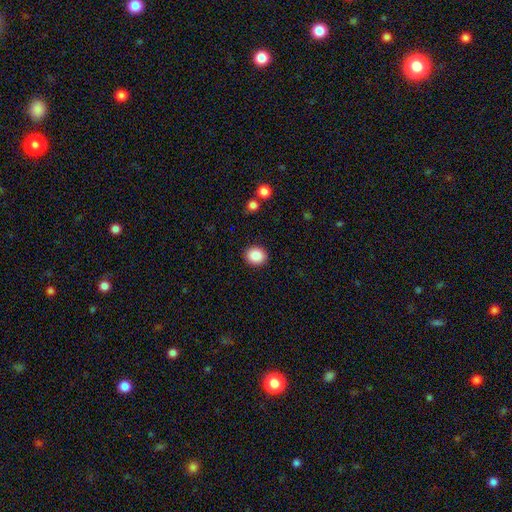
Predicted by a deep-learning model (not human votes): smooth_or_featured: smooth (p=0.88) [alt: star or artifact p=0.08]
how_rounded: round (p=0.68) [alt: in between p=0.31]
merging: none (p=0.90) [alt: minor disturbance p=0.06]